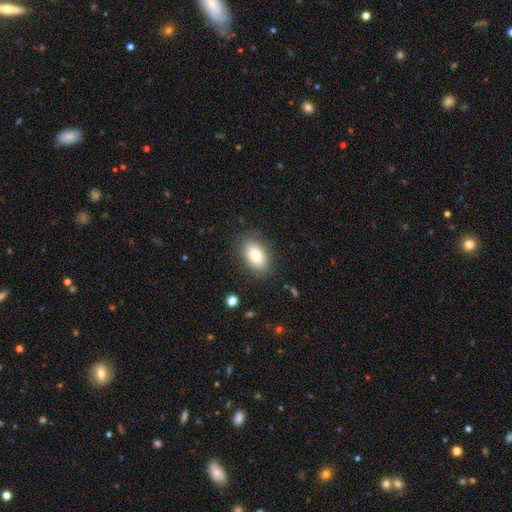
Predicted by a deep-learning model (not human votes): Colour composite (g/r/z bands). It shows a smooth galaxy with no disk features (79%) that is in between round and cigar-shaped (88%). Merging: none (85%).